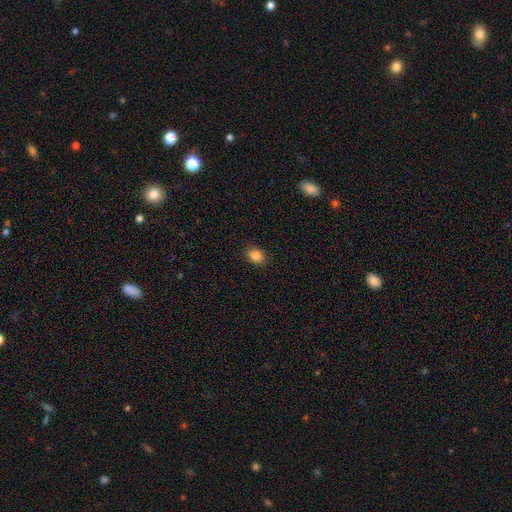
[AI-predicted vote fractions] Q: Smooth or featured?
A: smooth (86%); runner-up: star or artifact (10%)
Q: How rounded?
A: round (54%); runner-up: in between (45%)
Q: Merging?
A: none (87%); runner-up: minor disturbance (9%)